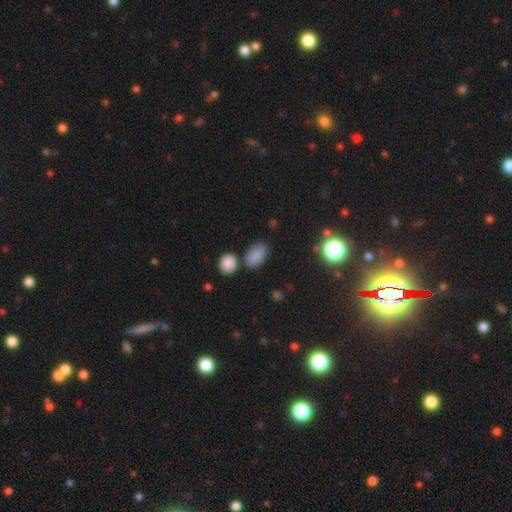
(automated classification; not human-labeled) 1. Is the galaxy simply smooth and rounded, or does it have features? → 83% smooth, 12% star or artifact, 5% featured or disk.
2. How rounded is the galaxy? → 90% in between, 9% round, 2% cigar-shaped.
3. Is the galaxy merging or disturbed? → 70% none, 15% minor disturbance, 11% merger, 4% major disturbance.